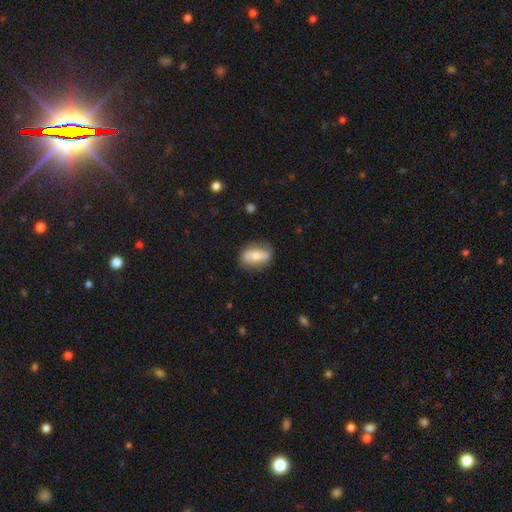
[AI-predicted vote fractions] smooth_or_featured: featured or disk (p=0.47) [tied with: smooth p=0.47]
merging: none (p=0.79) [alt: minor disturbance p=0.15]